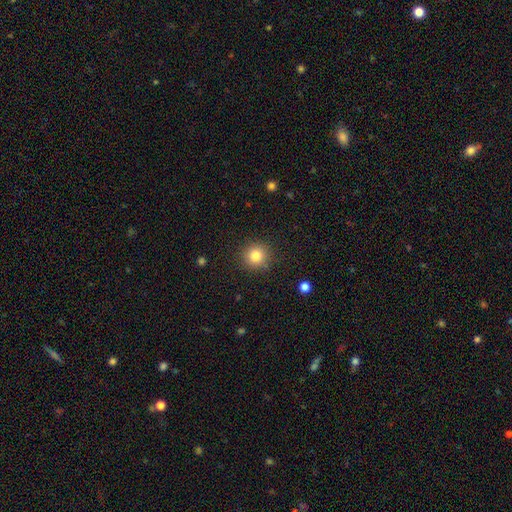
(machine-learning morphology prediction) The model was most divided on "smooth or featured": smooth: 83%, star or artifact: 11%, featured or disk: 6%. More confident: how rounded — round (93%); merging — none (89%).